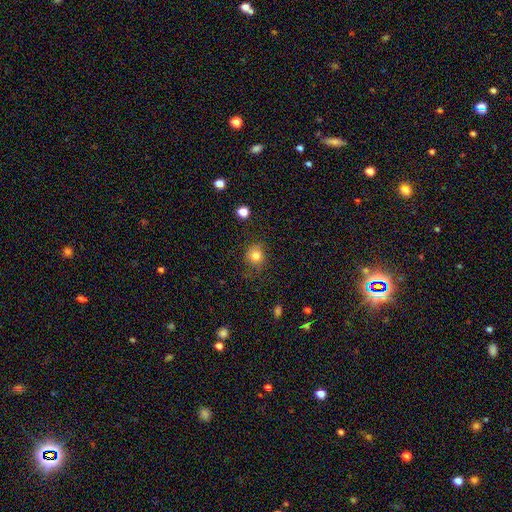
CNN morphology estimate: Smooth or featured?
  - smooth: 80% *
  - star or artifact: 12%
  - featured or disk: 7%
How rounded?
  - round: 80% *
  - in between: 19%
  - cigar-shaped: 1%
Merging?
  - none: 80% *
  - minor disturbance: 15%
  - major disturbance: 4%
  - merger: 1%